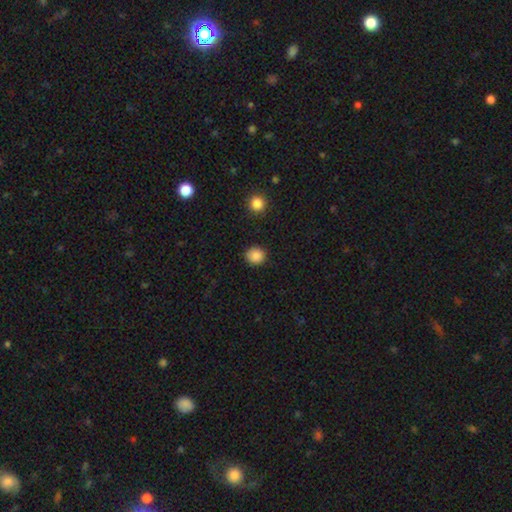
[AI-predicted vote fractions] Q: Smooth or featured?
A: smooth (87%); runner-up: star or artifact (10%)
Q: How rounded?
A: round (89%); runner-up: in between (10%)
Q: Merging?
A: none (91%); runner-up: minor disturbance (6%)